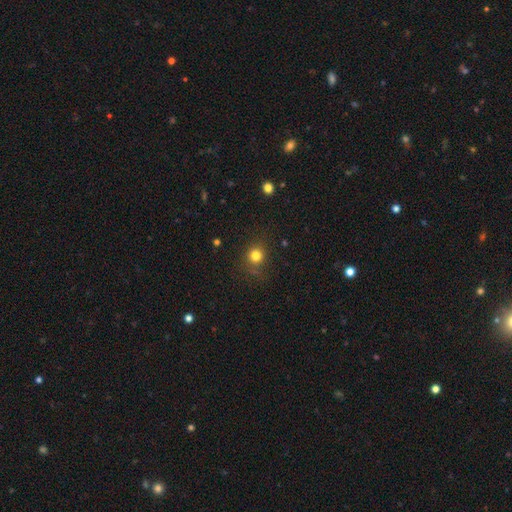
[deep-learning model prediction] Smooth or featured?
  - smooth: 80% *
  - star or artifact: 14%
  - featured or disk: 6%
How rounded?
  - round: 89% *
  - in between: 10%
  - cigar-shaped: 1%
Merging?
  - none: 83% *
  - minor disturbance: 11%
  - major disturbance: 4%
  - merger: 2%